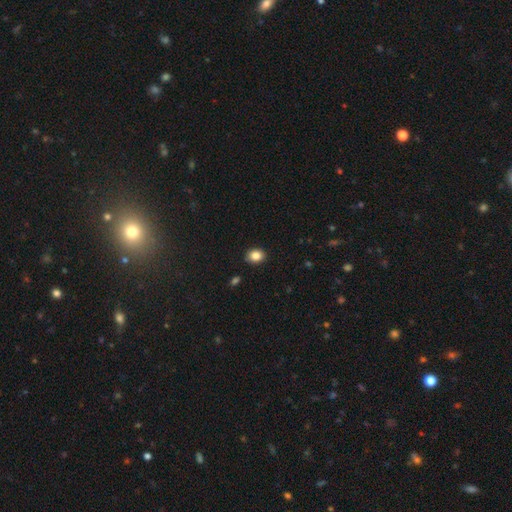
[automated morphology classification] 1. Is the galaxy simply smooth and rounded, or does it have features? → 85% smooth, 9% star or artifact, 6% featured or disk.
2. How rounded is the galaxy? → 51% in between, 48% round, 1% cigar-shaped.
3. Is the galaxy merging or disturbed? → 89% none, 8% minor disturbance, 2% major disturbance, 1% merger.